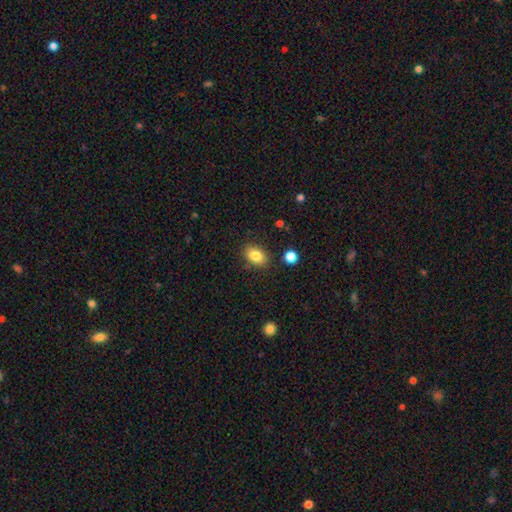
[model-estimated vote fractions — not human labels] smooth_or_featured: smooth (p=0.83) [alt: star or artifact p=0.09]
how_rounded: in between (p=0.82) [alt: round p=0.16]
merging: none (p=0.84) [alt: minor disturbance p=0.11]